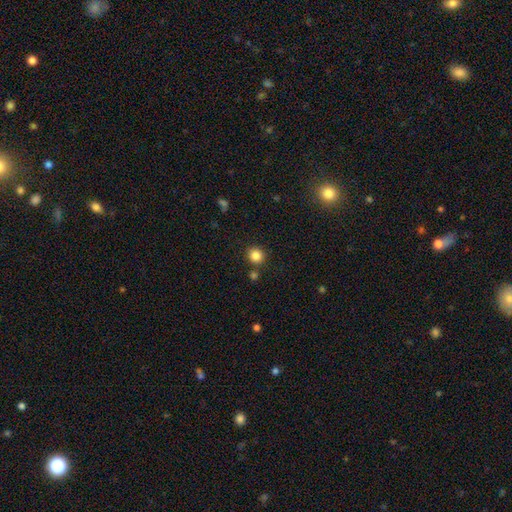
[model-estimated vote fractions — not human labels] smooth-or-featured: smooth: 85% | star or artifact: 11% | featured or disk: 4%
  how-rounded: round: 91% | in between: 8% | cigar-shaped: 1%
  merging: none: 83% | minor disturbance: 7% | merger: 7% | major disturbance: 3%